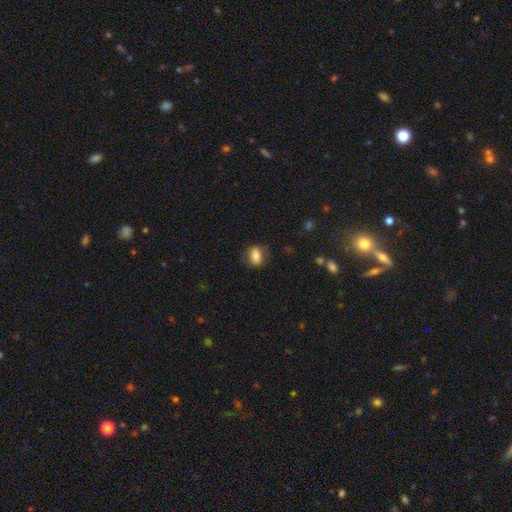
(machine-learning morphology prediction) Q: Smooth or featured?
A: smooth (77%); runner-up: featured or disk (15%)
Q: How rounded?
A: in between (68%); runner-up: round (28%)
Q: Merging?
A: none (77%); runner-up: minor disturbance (17%)